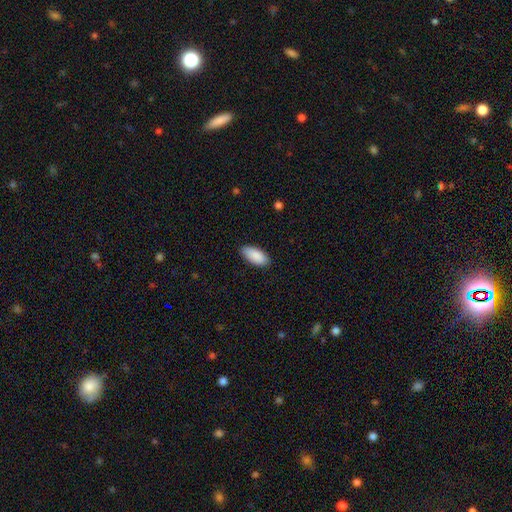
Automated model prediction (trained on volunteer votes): The model was most divided on "merging": none: 87%, minor disturbance: 11%, major disturbance: 2%, merger: 1%. More confident: how rounded — in between (91%); smooth or featured — smooth (90%).